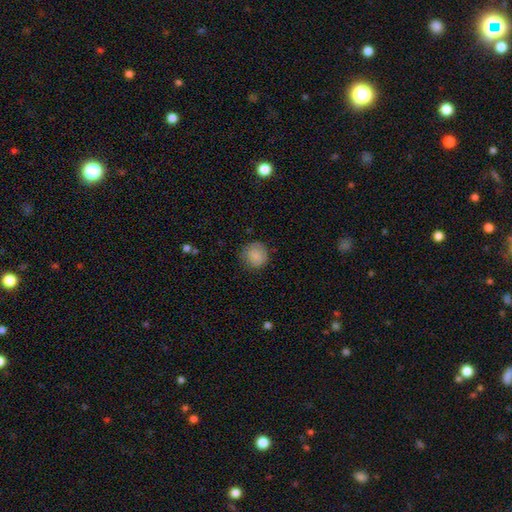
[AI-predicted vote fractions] Smooth or featured? Predicted: smooth (p=0.86). How rounded? Predicted: round (p=0.92). Merging? Predicted: none (p=0.81).